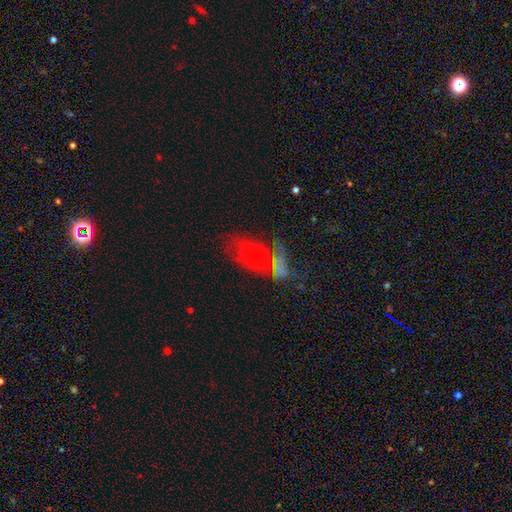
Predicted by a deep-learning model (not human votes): Morphology: type=smooth (56%); roundness=in between (86%); merging=merger (44%).